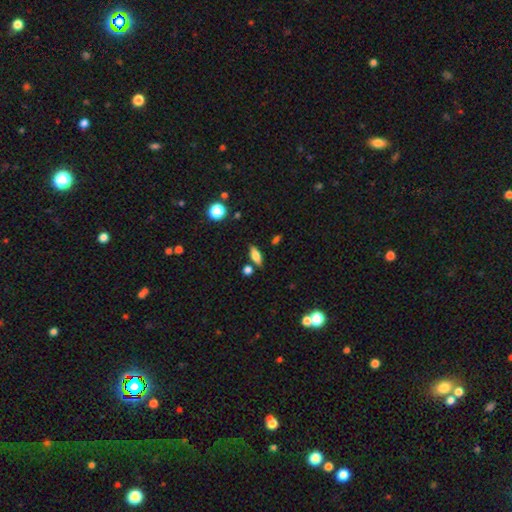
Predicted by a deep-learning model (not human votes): Smooth or featured? smooth (68%)
How rounded? in between (72%)
Merging? none (80%)